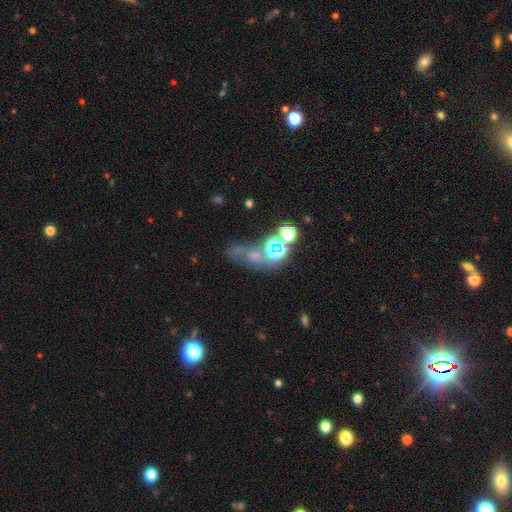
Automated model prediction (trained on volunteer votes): smooth-or-featured: smooth: 39% | star or artifact: 37% | featured or disk: 24%
  merging: none: 41% | merger: 26% | major disturbance: 17% | minor disturbance: 17%